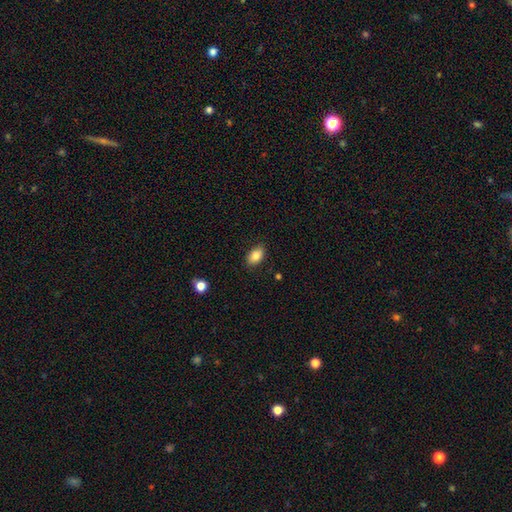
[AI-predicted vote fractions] Smooth or featured? smooth (83%)
How rounded? in between (89%)
Merging? none (86%)